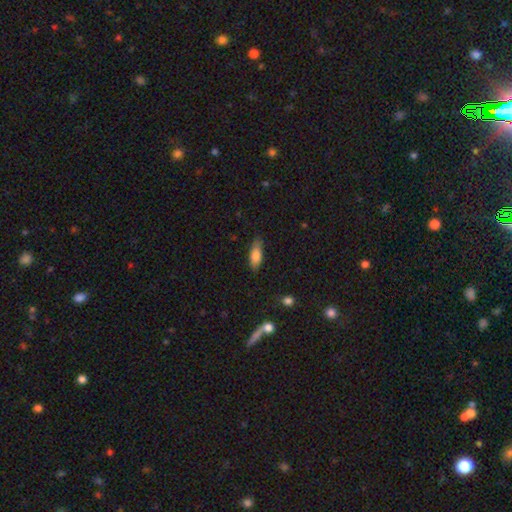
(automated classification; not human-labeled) smooth_or_featured: smooth (p=0.80) [alt: featured or disk p=0.13]
how_rounded: in between (p=0.66) [alt: cigar-shaped p=0.32]
merging: none (p=0.76) [alt: minor disturbance p=0.19]